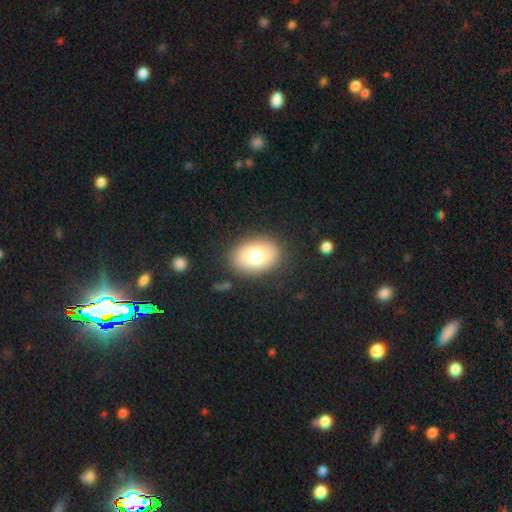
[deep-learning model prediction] Q: Smooth or featured?
A: smooth (77%); runner-up: featured or disk (14%)
Q: How rounded?
A: in between (79%); runner-up: round (20%)
Q: Merging?
A: none (85%); runner-up: minor disturbance (10%)